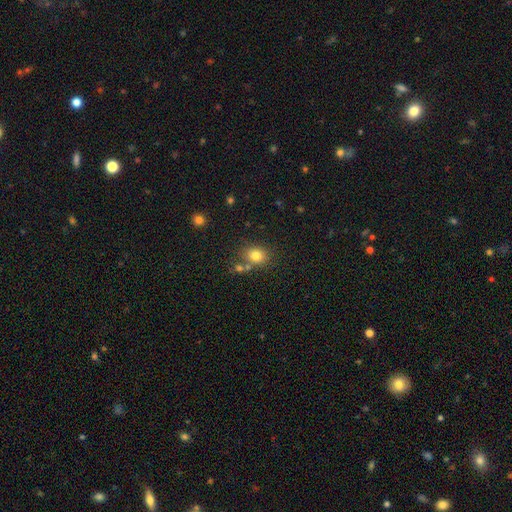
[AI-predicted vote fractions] smooth-or-featured: smooth: 80% | star or artifact: 12% | featured or disk: 8%
  how-rounded: round: 51% | in between: 48% | cigar-shaped: 1%
  merging: none: 69% | merger: 14% | minor disturbance: 12% | major disturbance: 4%